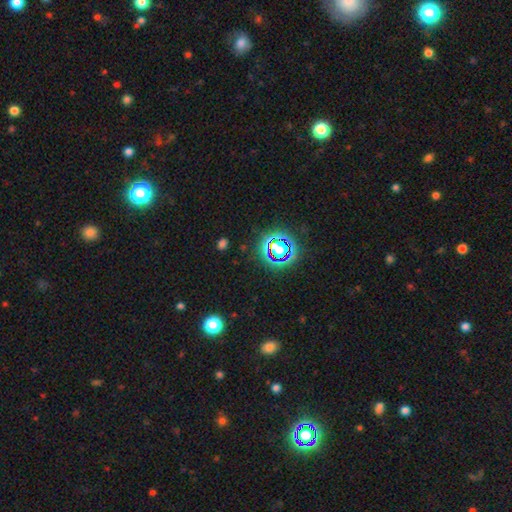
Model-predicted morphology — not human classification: Smooth or featured?
  - star or artifact: 73% *
  - smooth: 19%
  - featured or disk: 8%